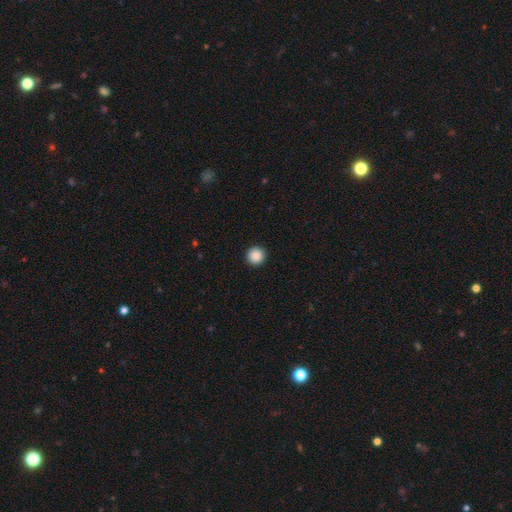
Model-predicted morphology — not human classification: The model was most divided on "smooth or featured": smooth: 89%, star or artifact: 9%, featured or disk: 3%. More confident: how rounded — round (96%); merging — none (94%).